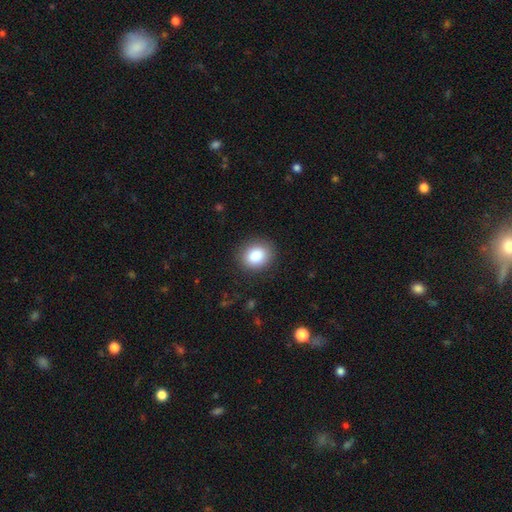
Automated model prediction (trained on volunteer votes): This is clearly a smooth galaxy (85%). How rounded: likely round (69%). Merging: clearly none (88%).